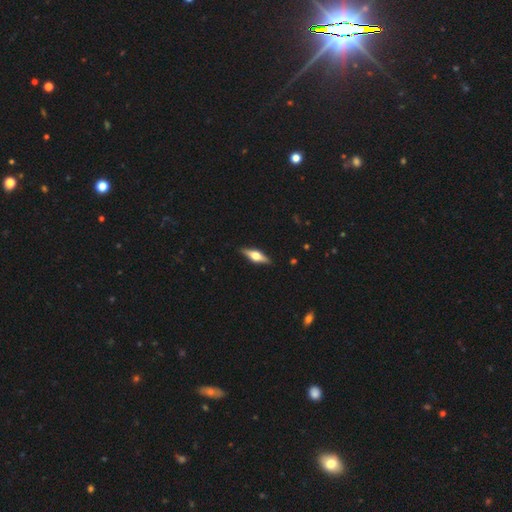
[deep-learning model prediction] Morphology: type=featured or disk (65%); edge-on=yes (96%); edge-on bulge=rounded (94%); merging=none (90%).